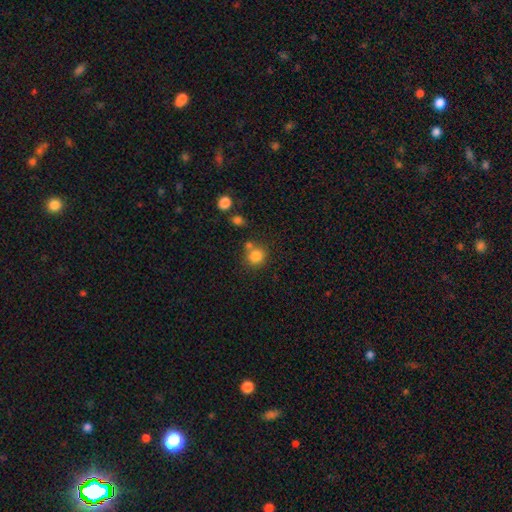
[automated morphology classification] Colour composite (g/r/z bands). It shows a smooth galaxy with no disk features (82%) that is round (87%). Merging: none (66%).